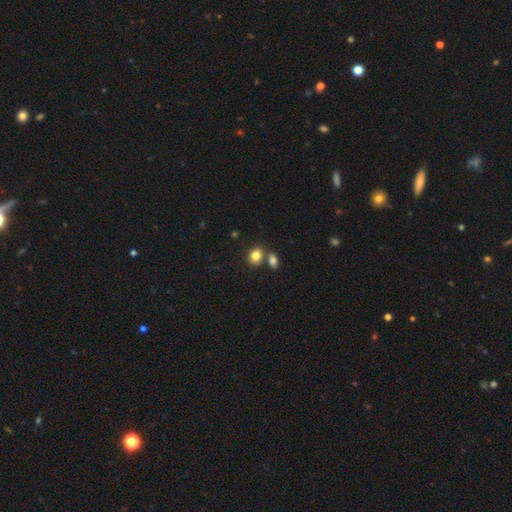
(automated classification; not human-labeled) This is clearly a smooth galaxy (82%). How rounded: possibly round (52%). Merging: likely none (63%).